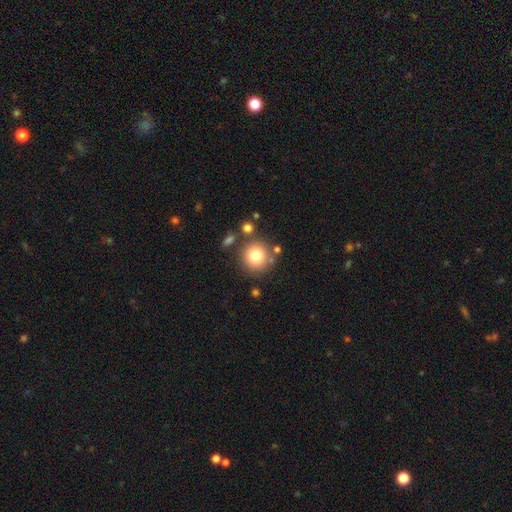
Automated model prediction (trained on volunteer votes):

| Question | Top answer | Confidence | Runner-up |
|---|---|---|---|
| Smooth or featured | smooth | 78% | star or artifact (11%) |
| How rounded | round | 93% | in between (6%) |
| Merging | none | 78% | minor disturbance (9%) |